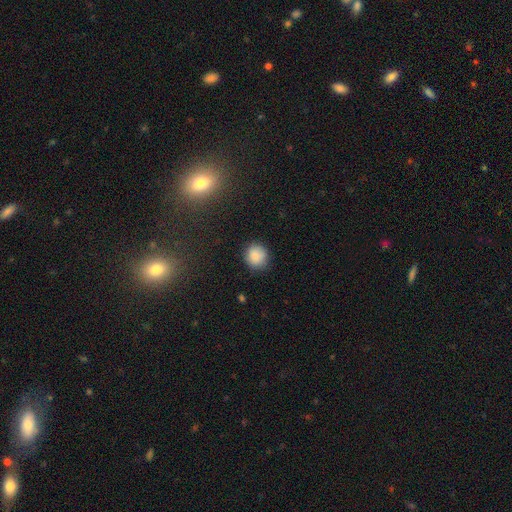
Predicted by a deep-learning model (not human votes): Smooth or featured? smooth (87%)
How rounded? round (86%)
Merging? none (85%)